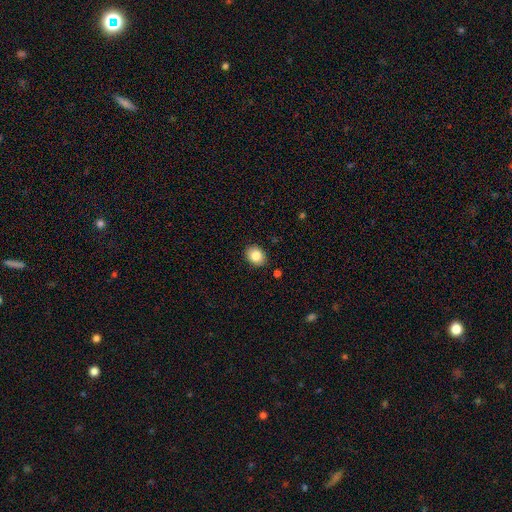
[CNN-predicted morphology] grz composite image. It shows a smooth galaxy with no disk features (84%) that is in between round and cigar-shaped (53%). Merging: none (89%).